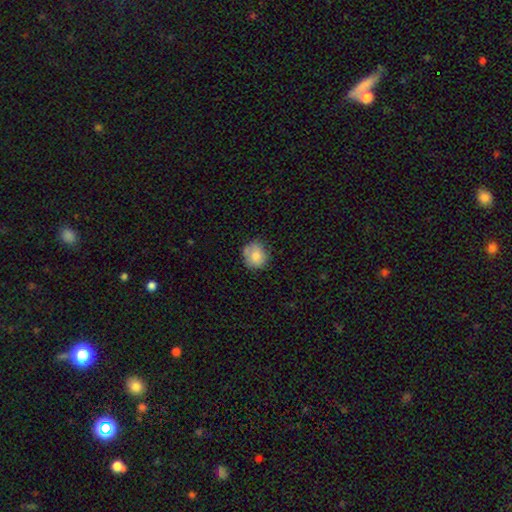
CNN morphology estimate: The model was most divided on "merging": none: 66%, minor disturbance: 24%, major disturbance: 6%, merger: 4%. More confident: how rounded — round (80%); smooth or featured — smooth (77%).